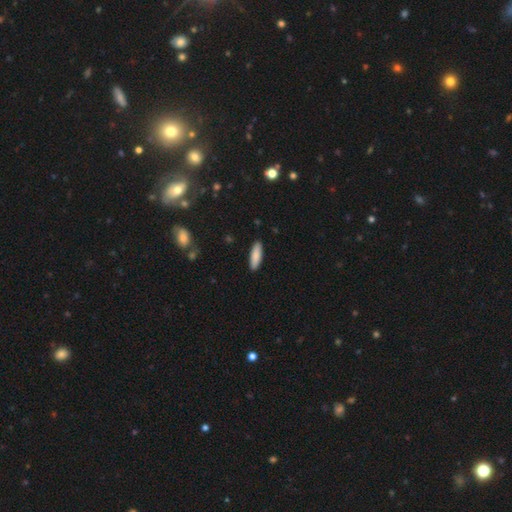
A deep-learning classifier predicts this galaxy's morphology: Smooth or featured?
  - smooth: 87% *
  - featured or disk: 7%
  - star or artifact: 6%
How rounded?
  - cigar-shaped: 53% *
  - in between: 46%
  - round: 2%
Merging?
  - none: 90% *
  - minor disturbance: 7%
  - major disturbance: 2%
  - merger: 1%